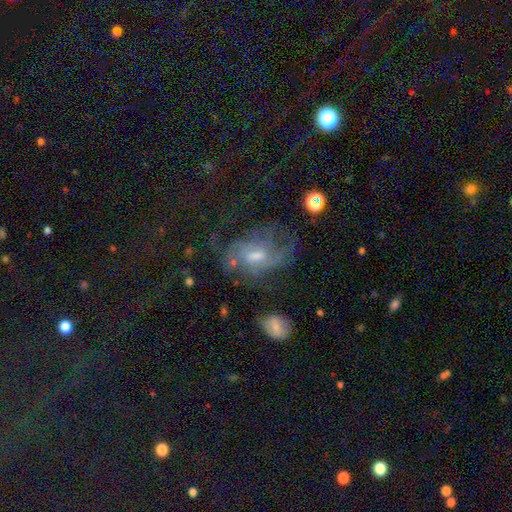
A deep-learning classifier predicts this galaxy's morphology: A featured or disk galaxy (62%) with a weak bar (46%), spiral arms (72%) and a moderate central bulge (51%). Merging: none (46%).